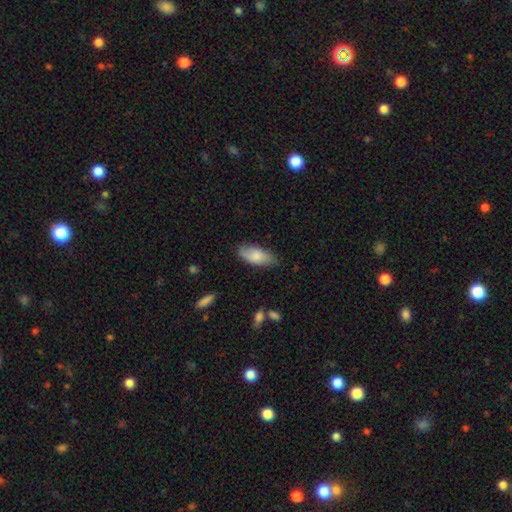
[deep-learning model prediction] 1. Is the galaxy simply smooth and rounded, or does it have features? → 81% smooth, 13% featured or disk, 6% star or artifact.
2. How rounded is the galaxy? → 86% in between, 12% cigar-shaped, 2% round.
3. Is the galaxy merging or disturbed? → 77% none, 18% minor disturbance, 3% major disturbance, 1% merger.